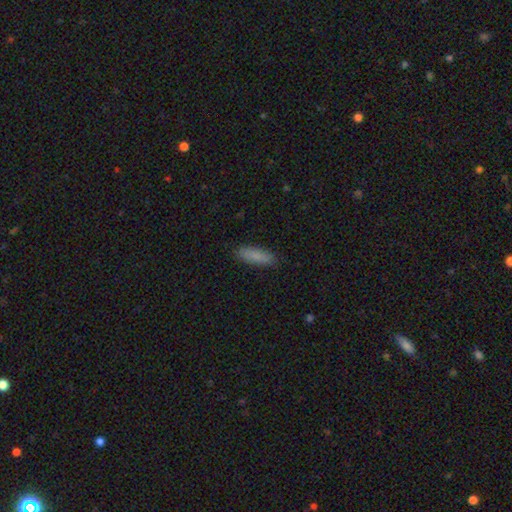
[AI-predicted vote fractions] Morphology: type=smooth (86%); roundness=cigar-shaped (51%); merging=none (88%).